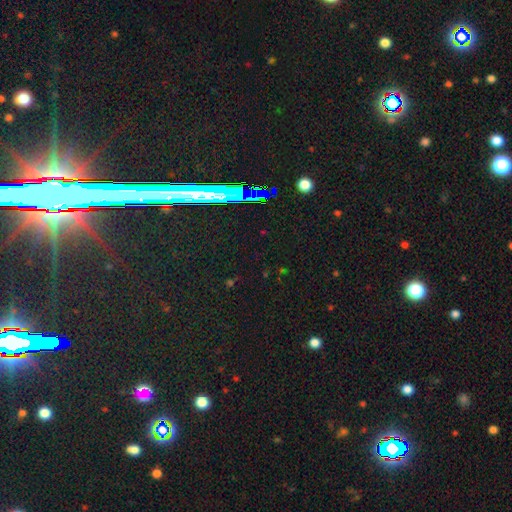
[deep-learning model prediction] Smooth or featured?
  - star or artifact: 73% *
  - smooth: 18%
  - featured or disk: 9%